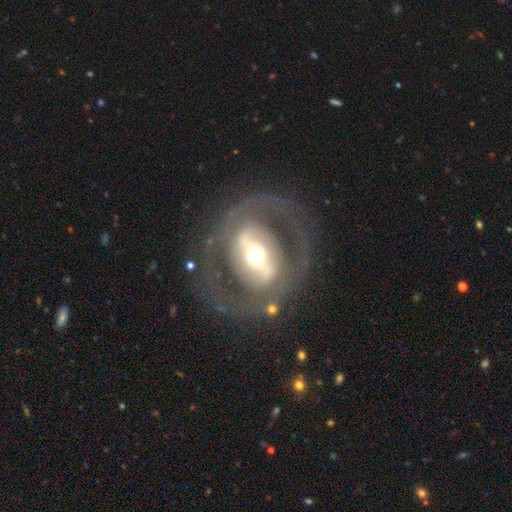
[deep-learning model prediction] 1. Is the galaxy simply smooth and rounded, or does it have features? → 76% featured or disk, 18% smooth, 6% star or artifact.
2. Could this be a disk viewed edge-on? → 92% no, 8% yes.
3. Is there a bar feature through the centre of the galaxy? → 54% strong, 24% weak, 22% no.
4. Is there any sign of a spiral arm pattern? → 60% no, 40% yes.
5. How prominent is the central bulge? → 62% moderate, 19% large, 16% small, 3% dominant, 1% none.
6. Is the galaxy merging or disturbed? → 72% none, 15% major disturbance, 11% minor disturbance, 2% merger.